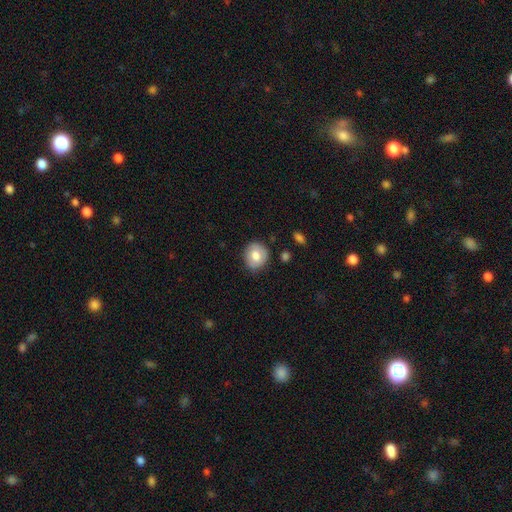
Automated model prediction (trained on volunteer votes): This appears to be a smooth galaxy with no disk features (74%) that is round (79%). Merging: none (82%).